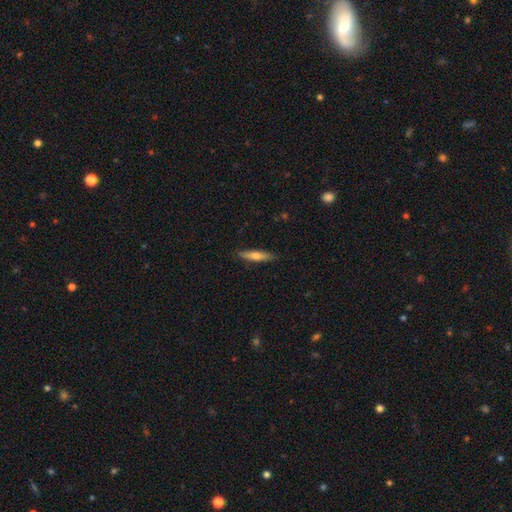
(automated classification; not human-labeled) Overall: smooth (61%; featured or disk 34%). How rounded: cigar-shaped (84%). Merging: none (87%).